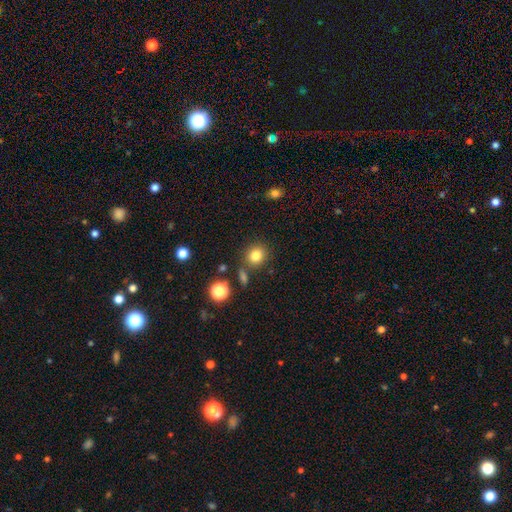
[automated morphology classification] A smooth galaxy with no disk features (81%) that is round (78%). Merging: none (79%).